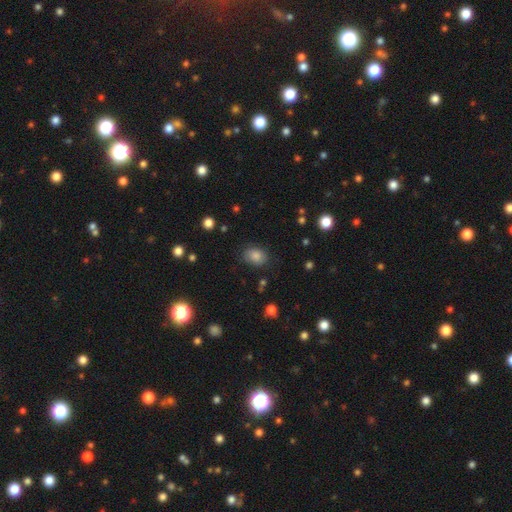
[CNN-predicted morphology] smooth 82%, star or artifact 11%, featured or disk 7%. Down the decision tree: how rounded — in between (68%); merging — none (80%).